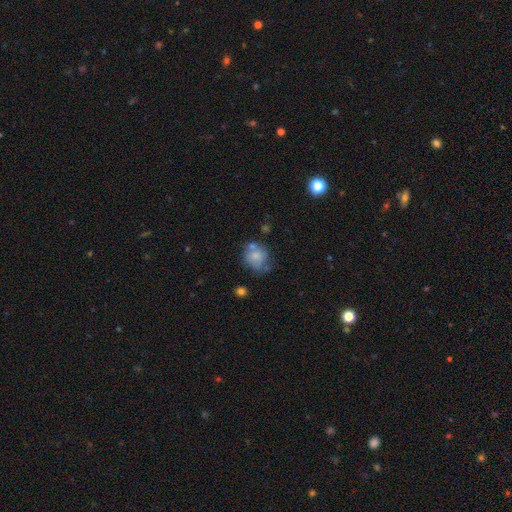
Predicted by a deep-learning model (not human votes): A smooth galaxy with no disk features (64%) that is round (65%). Merging: none (42%).